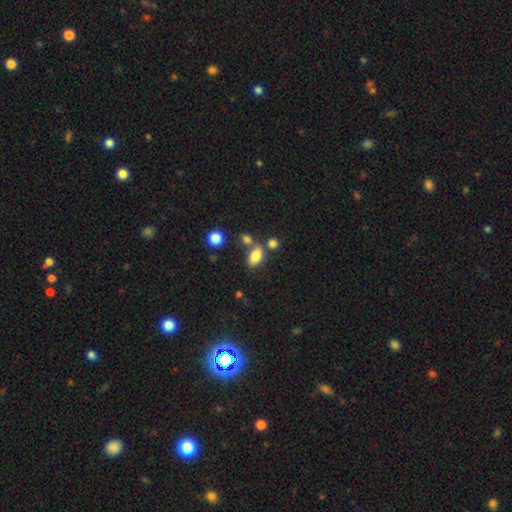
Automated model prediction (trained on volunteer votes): The model was most divided on "merging": none: 58%, merger: 22%, minor disturbance: 15%, major disturbance: 5%. More confident: how rounded — in between (86%); smooth or featured — smooth (80%).